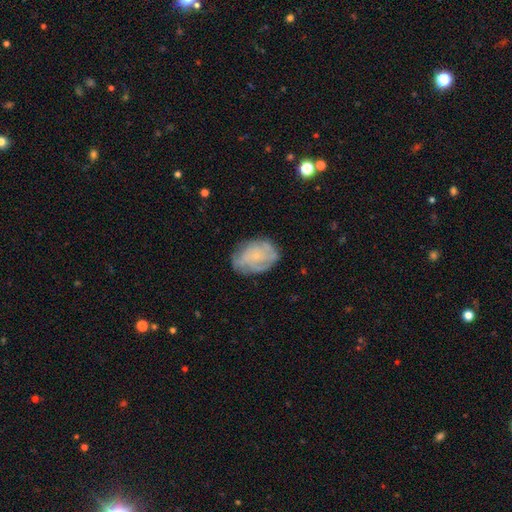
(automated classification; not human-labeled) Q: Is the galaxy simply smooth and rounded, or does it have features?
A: featured or disk — 55%.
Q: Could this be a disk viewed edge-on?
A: no — 97%.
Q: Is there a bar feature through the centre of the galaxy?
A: no — 82%.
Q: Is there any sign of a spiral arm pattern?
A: yes — 70%.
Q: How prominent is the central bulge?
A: small — 68%.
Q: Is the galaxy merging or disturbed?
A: none — 70%.